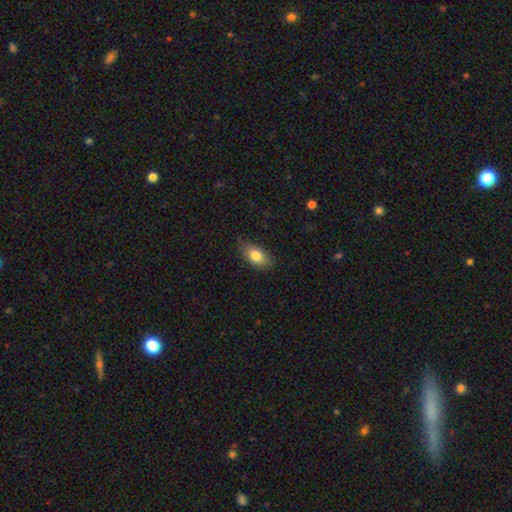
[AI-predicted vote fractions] A smooth galaxy with no disk features (80%) that is in between round and cigar-shaped (89%).

Vote fractions:
- Smooth or featured? smooth: 80% / featured or disk: 13% / star or artifact: 7%
- How rounded? in between: 89% / round: 7% / cigar-shaped: 3%
- Merging? none: 70% / minor disturbance: 24% / major disturbance: 5% / merger: 1%